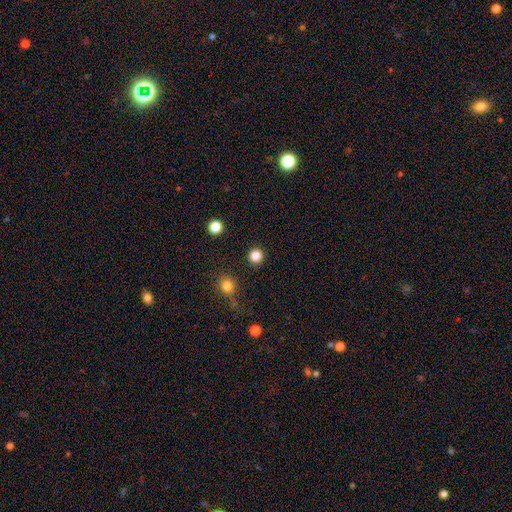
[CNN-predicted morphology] smooth-or-featured: smooth: 84% | star or artifact: 12% | featured or disk: 3%
  how-rounded: round: 94% | in between: 5% | cigar-shaped: 1%
  merging: none: 92% | minor disturbance: 5% | major disturbance: 2% | merger: 2%